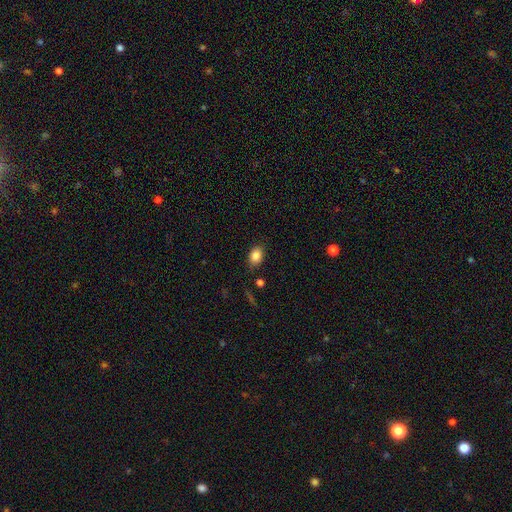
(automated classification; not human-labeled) smooth_or_featured: smooth (p=0.85) [alt: star or artifact p=0.09]
how_rounded: in between (p=0.76) [alt: round p=0.22]
merging: none (p=0.83) [alt: minor disturbance p=0.12]